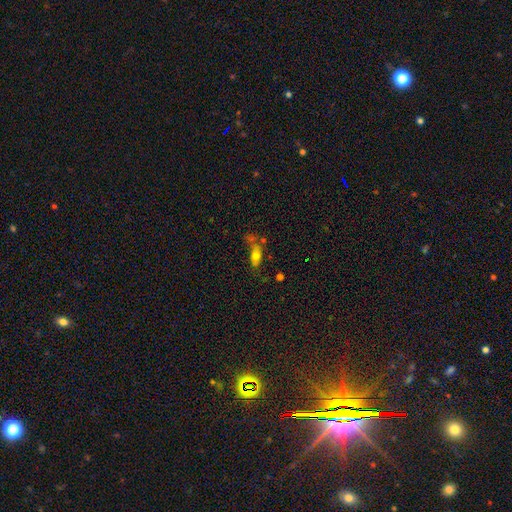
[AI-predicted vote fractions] Overall: smooth (66%). How rounded: in between (77%). Merging: none (39%; merger 27%).